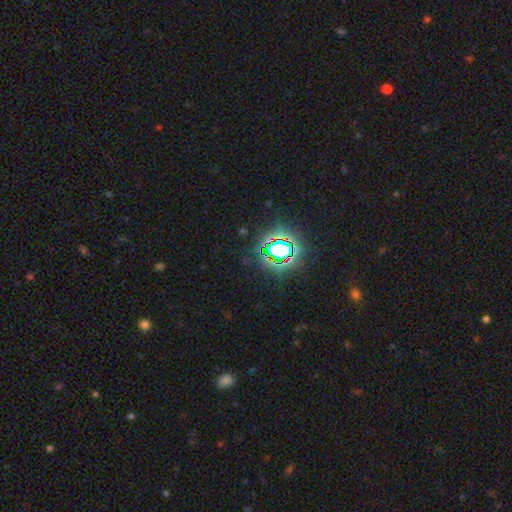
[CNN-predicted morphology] star or artifact 80%, smooth 13%, featured or disk 7%.